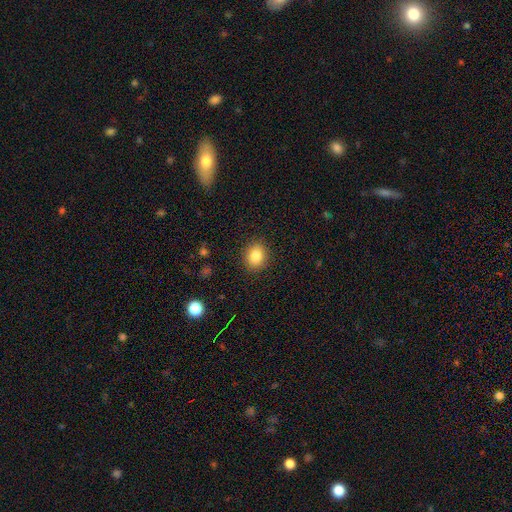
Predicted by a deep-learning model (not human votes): This appears to be a smooth galaxy with no disk features (83%) that is round (65%). Merging: none (89%).